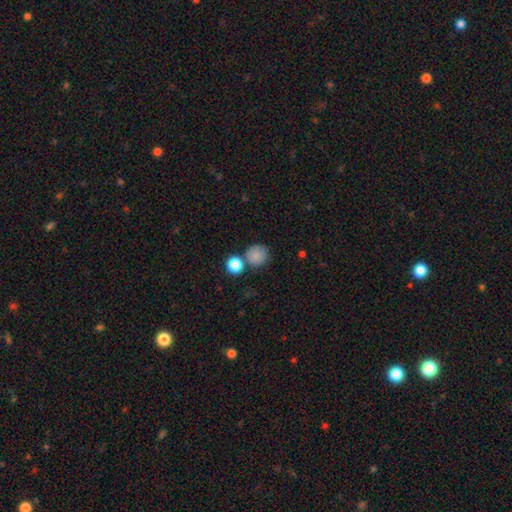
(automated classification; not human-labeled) Smooth or featured? smooth (84%)
How rounded? round (90%)
Merging? none (69%)